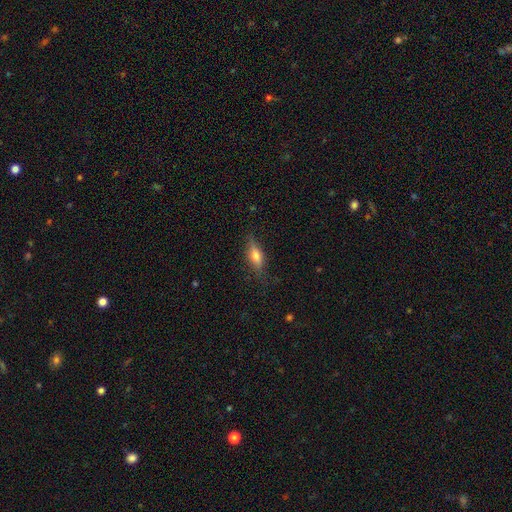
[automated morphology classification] Smooth or featured? Predicted: smooth (p=0.59). How rounded? Predicted: in between (p=0.58). Merging? Predicted: none (p=0.78).